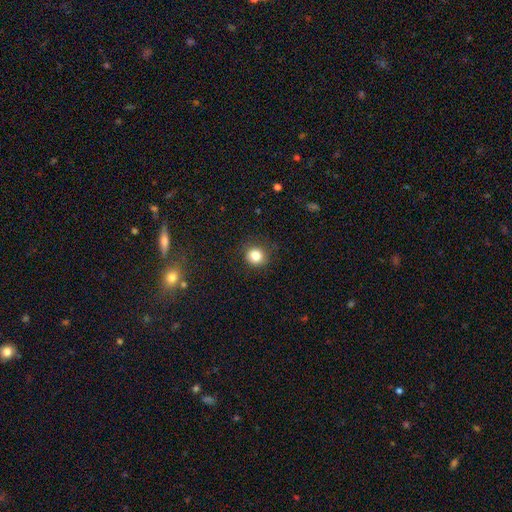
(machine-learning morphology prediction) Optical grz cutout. It shows a smooth galaxy with no disk features (83%) that is round (89%). Merging: none (86%).